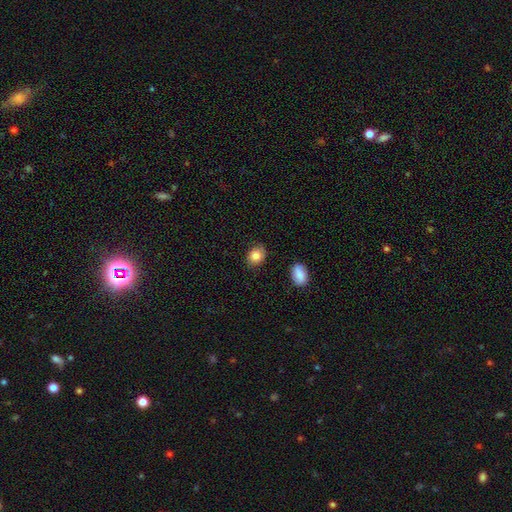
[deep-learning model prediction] Morphology: type=smooth (83%); roundness=in between (56%); merging=none (81%).